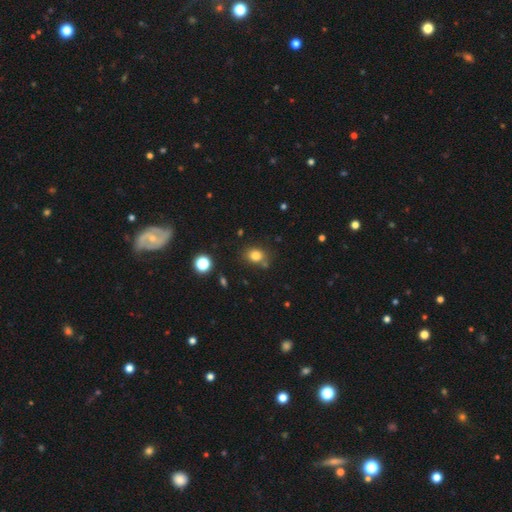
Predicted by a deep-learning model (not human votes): smooth-or-featured: smooth: 80% | star or artifact: 13% | featured or disk: 7%
  how-rounded: round: 57% | in between: 42% | cigar-shaped: 1%
  merging: none: 73% | minor disturbance: 14% | merger: 8% | major disturbance: 4%